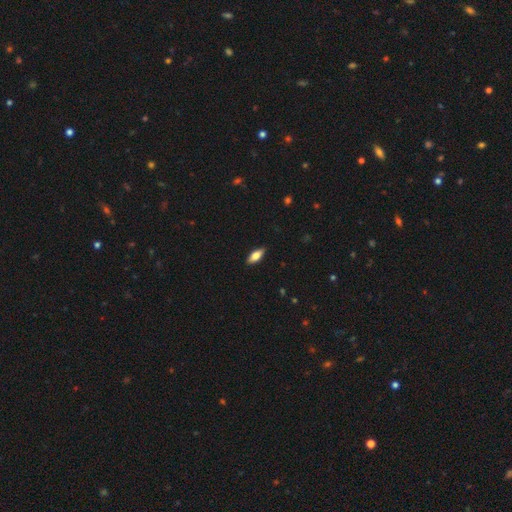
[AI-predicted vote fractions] Overall: smooth (72%). How rounded: in between (77%). Merging: none (87%).